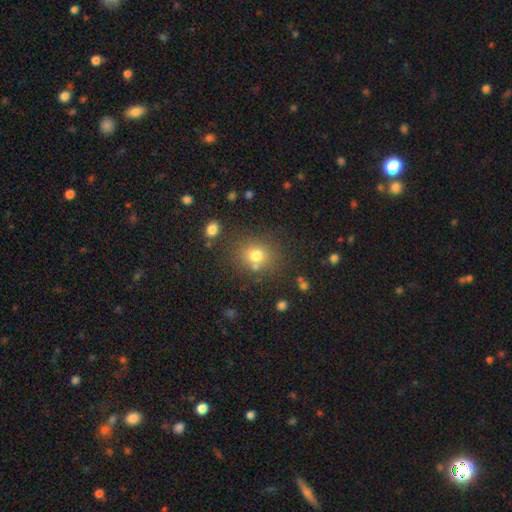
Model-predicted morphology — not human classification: Smooth or featured: smooth — 75% (star or artifact — 15%)
How rounded: round — 74% (in between — 25%)
Merging: none — 74% (minor disturbance — 11%)